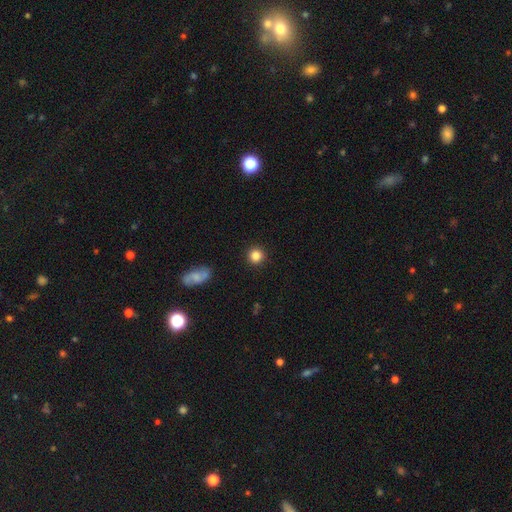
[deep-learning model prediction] Smooth or featured?
  - smooth: 84% *
  - star or artifact: 11%
  - featured or disk: 5%
How rounded?
  - round: 94% *
  - in between: 5%
  - cigar-shaped: 1%
Merging?
  - none: 92% *
  - minor disturbance: 5%
  - major disturbance: 2%
  - merger: 1%